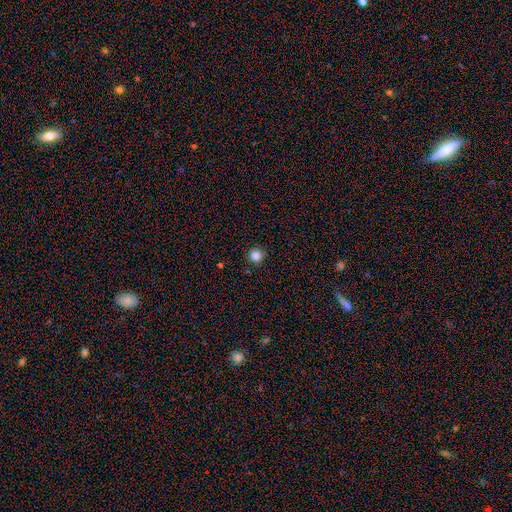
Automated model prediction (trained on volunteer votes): A smooth galaxy with no disk features (83%) that is round (94%). Merging: none (90%).